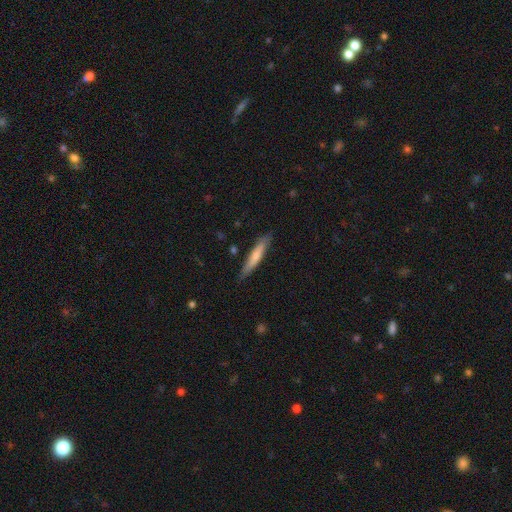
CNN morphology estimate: A smooth galaxy with no disk features (67%) that is cigar-shaped (92%).

Vote fractions:
- Smooth or featured? smooth: 67% / featured or disk: 28% / star or artifact: 5%
- How rounded? cigar-shaped: 92% / in between: 7% / round: 1%
- Merging? none: 84% / minor disturbance: 13% / major disturbance: 2% / merger: 2%